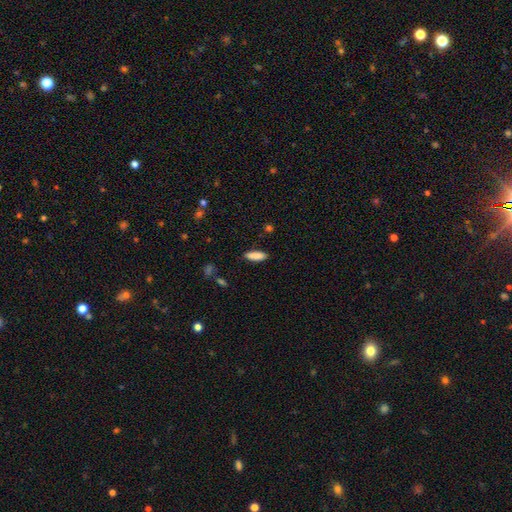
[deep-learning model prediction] This is clearly a smooth galaxy (88%). How rounded: possibly in between (54%). Merging: clearly none (87%).